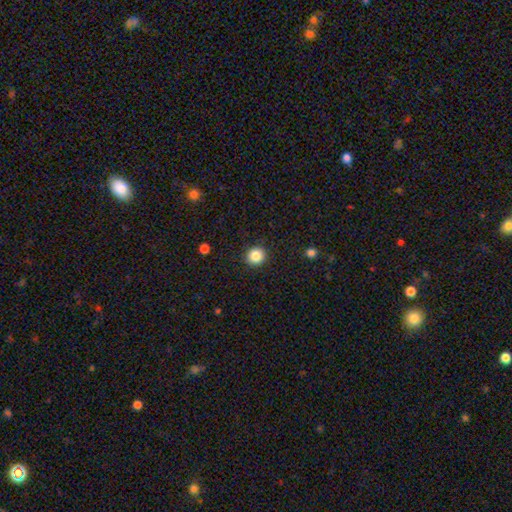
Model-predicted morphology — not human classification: The model was most divided on "smooth or featured": smooth: 85%, star or artifact: 10%, featured or disk: 4%. More confident: merging — none (92%); how rounded — round (91%).